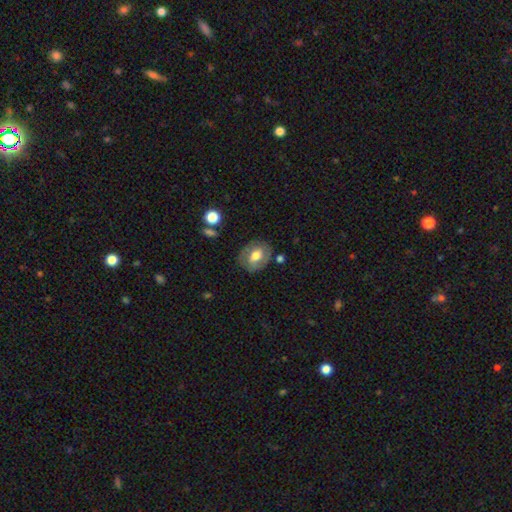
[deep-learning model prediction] This appears to be a smooth galaxy with no disk features (52%) that is in between round and cigar-shaped (57%). Merging: none (76%).